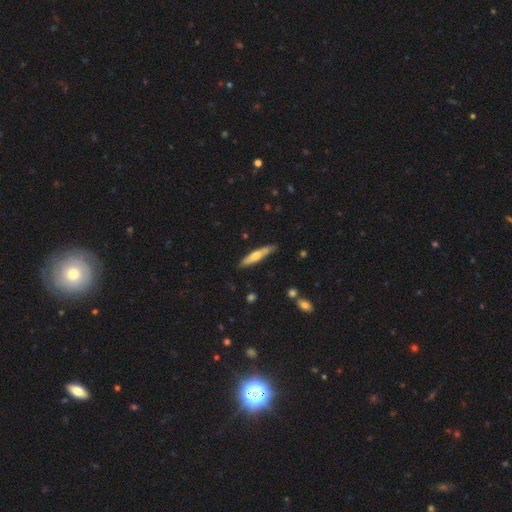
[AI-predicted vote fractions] Smooth or featured? Predicted: smooth (p=0.51). How rounded? Predicted: cigar-shaped (p=0.87). Merging? Predicted: none (p=0.79).